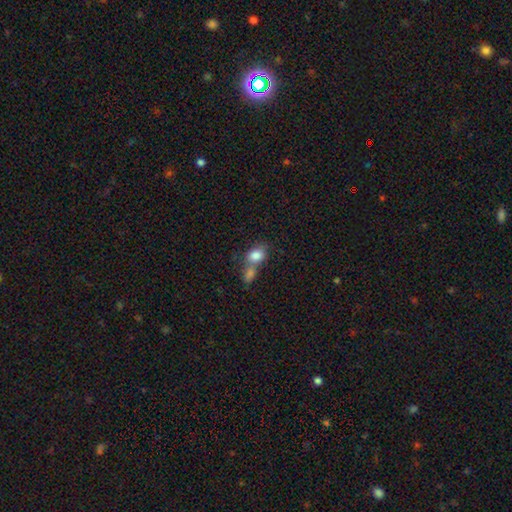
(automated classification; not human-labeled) Smooth or featured?
  - smooth: 82% *
  - featured or disk: 9%
  - star or artifact: 9%
How rounded?
  - in between: 64% *
  - round: 34%
  - cigar-shaped: 2%
Merging?
  - merger: 54% *
  - none: 31%
  - minor disturbance: 10%
  - major disturbance: 5%